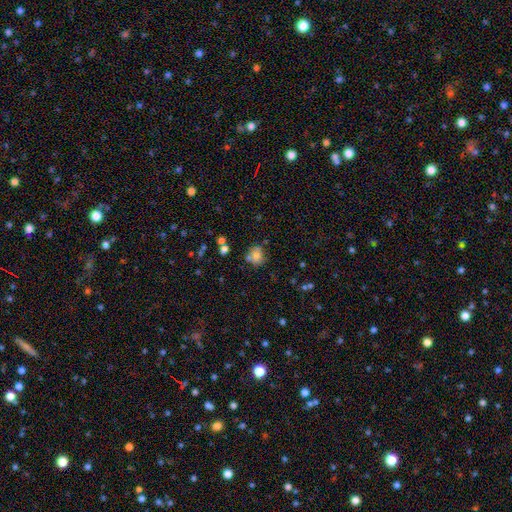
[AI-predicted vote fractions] smooth 71%, featured or disk 16%, star or artifact 13%. Down the decision tree: how rounded — round (74%); merging — none (64%).